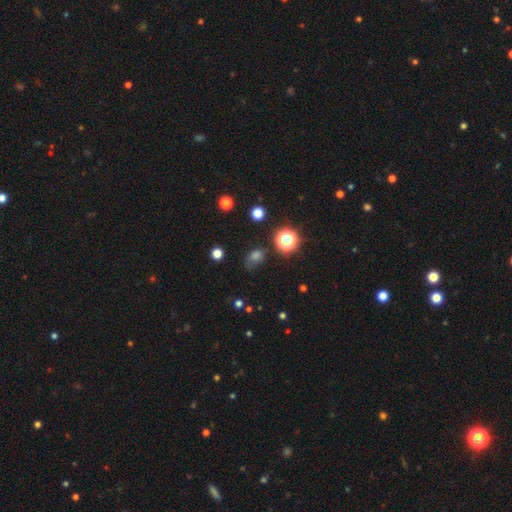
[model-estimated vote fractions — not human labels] smooth_or_featured: smooth (p=0.50) [alt: star or artifact p=0.40]
merging: none (p=0.67) [alt: minor disturbance p=0.19]